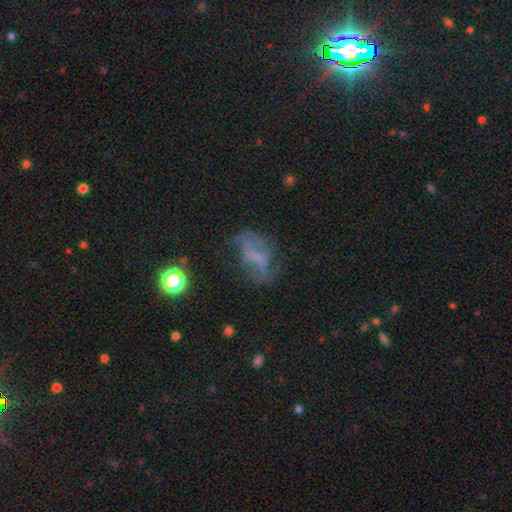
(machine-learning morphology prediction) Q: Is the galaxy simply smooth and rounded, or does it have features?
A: featured or disk — 48%.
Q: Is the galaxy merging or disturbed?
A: none — 44%.